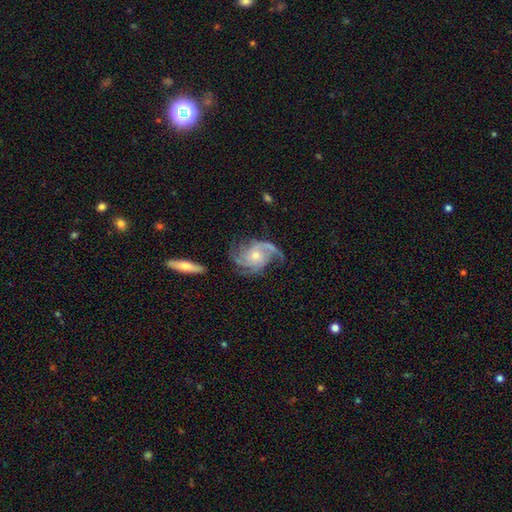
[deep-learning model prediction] Morphology: type=featured or disk (89%); edge-on=no (98%); bar=no (72%); spiral arms=yes (98%); winding=medium (47%); arm count=3 (35%); bulge=moderate (47%); merging=none (66%).